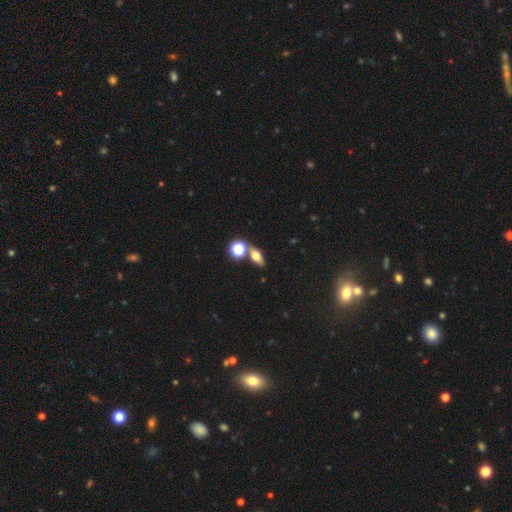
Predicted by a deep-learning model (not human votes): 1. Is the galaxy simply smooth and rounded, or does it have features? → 57% smooth, 28% featured or disk, 15% star or artifact.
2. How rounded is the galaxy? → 64% in between, 20% round, 16% cigar-shaped.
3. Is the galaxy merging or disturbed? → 69% none, 17% merger, 10% minor disturbance, 4% major disturbance.